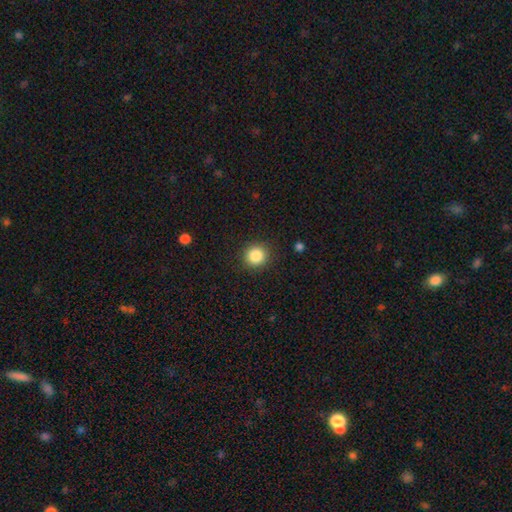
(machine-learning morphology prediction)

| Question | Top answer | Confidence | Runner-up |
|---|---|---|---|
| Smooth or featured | smooth | 86% | star or artifact (10%) |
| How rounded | round | 91% | in between (8%) |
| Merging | none | 90% | minor disturbance (7%) |